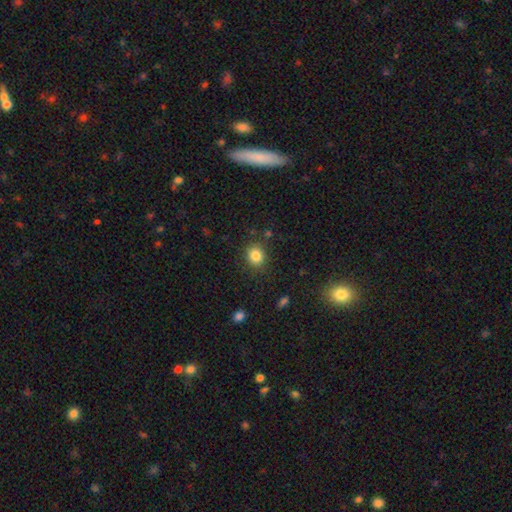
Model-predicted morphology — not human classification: smooth-or-featured: smooth: 84% | star or artifact: 11% | featured or disk: 5%
  how-rounded: round: 73% | in between: 26% | cigar-shaped: 1%
  merging: none: 84% | minor disturbance: 10% | major disturbance: 3% | merger: 2%